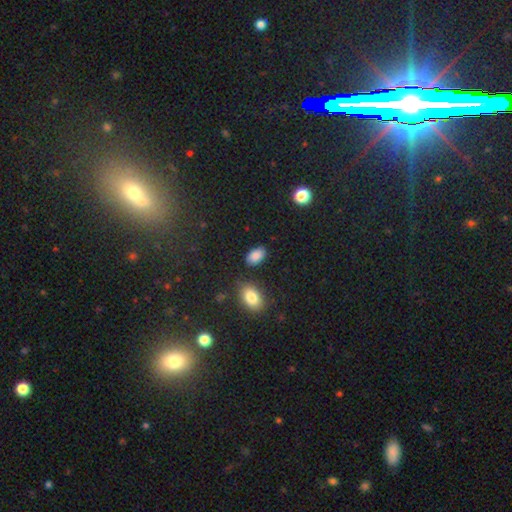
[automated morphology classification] This is clearly a smooth galaxy (86%). How rounded: clearly in between (91%). Merging: clearly none (83%).